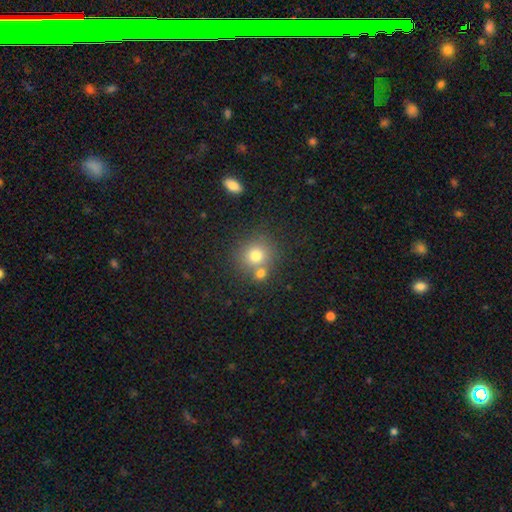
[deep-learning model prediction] This appears to be a smooth galaxy with no disk features (75%) that is round (86%). Merging: none (61%).